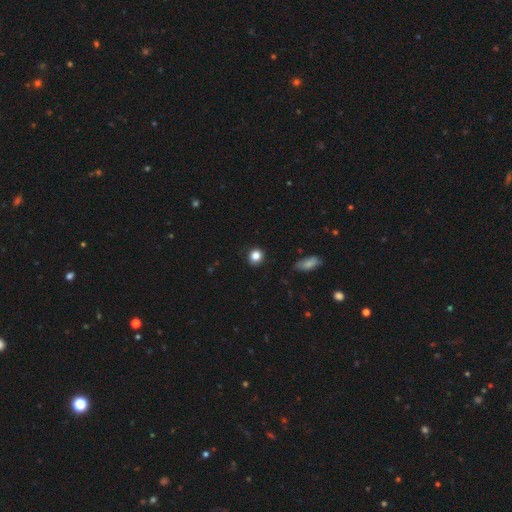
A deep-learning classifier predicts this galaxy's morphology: A smooth galaxy with no disk features (85%) that is round (84%). Merging: none (87%).